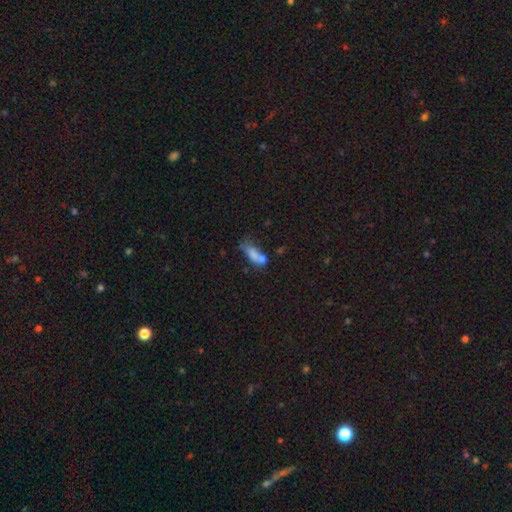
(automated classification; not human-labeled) This appears to be a smooth galaxy with no disk features (69%) that is in between round and cigar-shaped (72%). Merging: merger (41%).